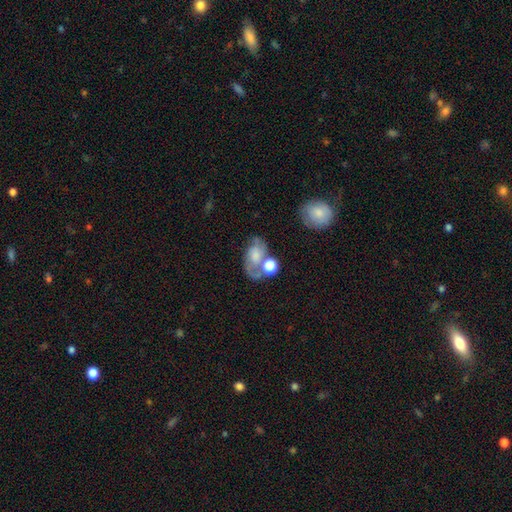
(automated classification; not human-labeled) featured or disk 48%, smooth 42%, star or artifact 10%. Down the decision tree: merging — none (38%).